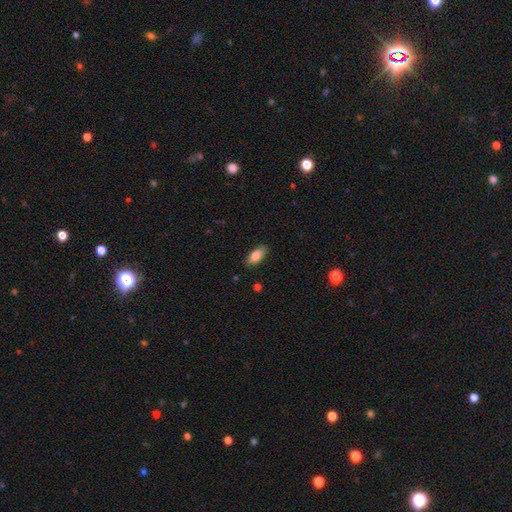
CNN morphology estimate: A smooth galaxy with no disk features (79%) that is in between round and cigar-shaped (83%).

Vote fractions:
- Smooth or featured? smooth: 79% / featured or disk: 14% / star or artifact: 7%
- How rounded? in between: 83% / cigar-shaped: 15% / round: 3%
- Merging? none: 87% / minor disturbance: 10% / major disturbance: 2% / merger: 1%